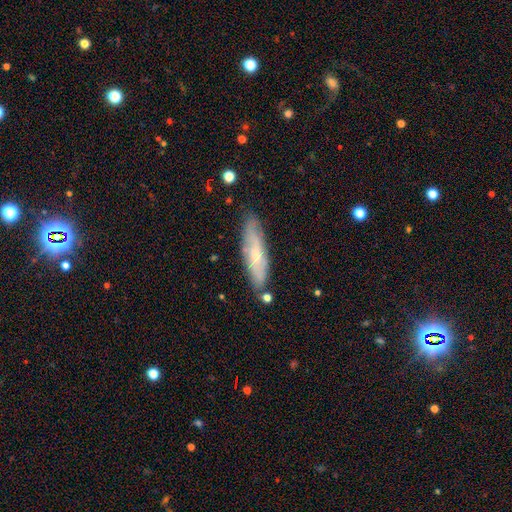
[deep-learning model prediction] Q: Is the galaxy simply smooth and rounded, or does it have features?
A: featured or disk — 50%.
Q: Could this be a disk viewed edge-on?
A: no — 56%.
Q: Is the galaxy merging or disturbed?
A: none — 77%.